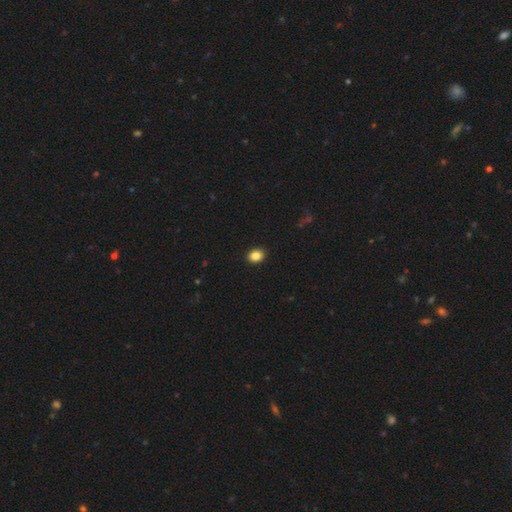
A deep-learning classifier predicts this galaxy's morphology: This is clearly a smooth galaxy (86%). How rounded: possibly in between (53%). Merging: clearly none (92%).